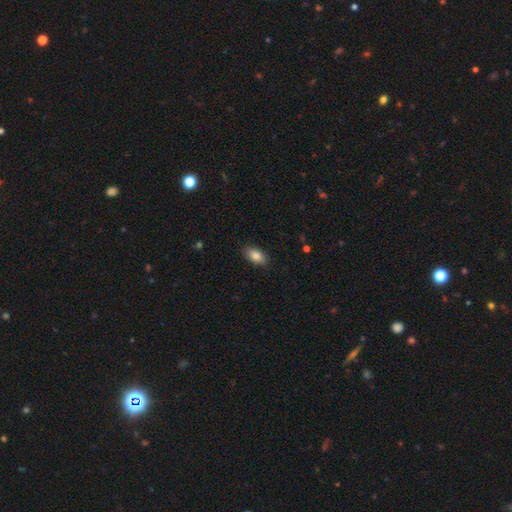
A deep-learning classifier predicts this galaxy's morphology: This appears to be a smooth galaxy with no disk features (85%) that is in between round and cigar-shaped (91%). Merging: none (87%).